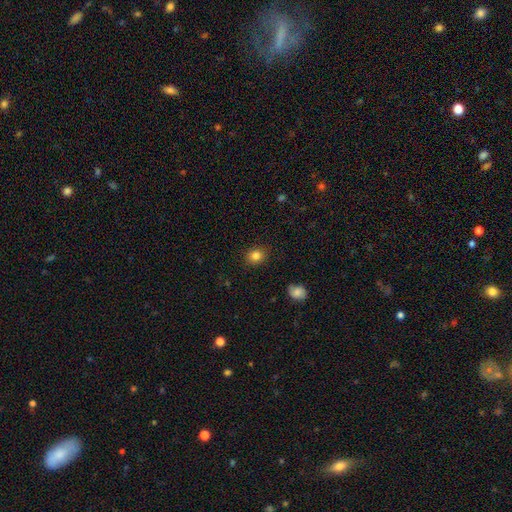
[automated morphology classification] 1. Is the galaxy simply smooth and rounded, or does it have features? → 84% smooth, 11% star or artifact, 5% featured or disk.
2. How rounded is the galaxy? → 68% round, 31% in between, 1% cigar-shaped.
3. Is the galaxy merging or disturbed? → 87% none, 9% minor disturbance, 2% major disturbance, 1% merger.